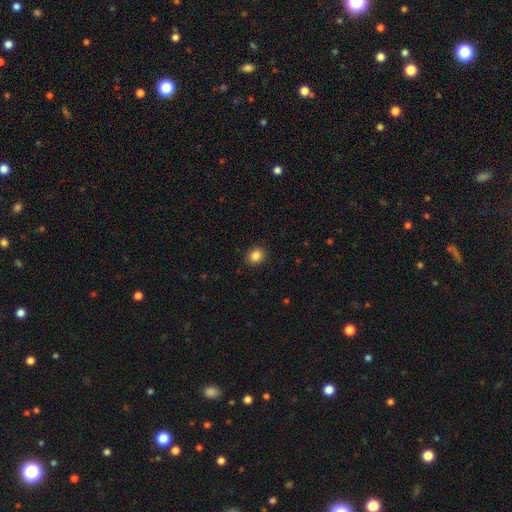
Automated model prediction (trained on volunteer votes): Smooth or featured: smooth — 86% (star or artifact — 10%)
How rounded: round — 73% (in between — 26%)
Merging: none — 91% (minor disturbance — 6%)